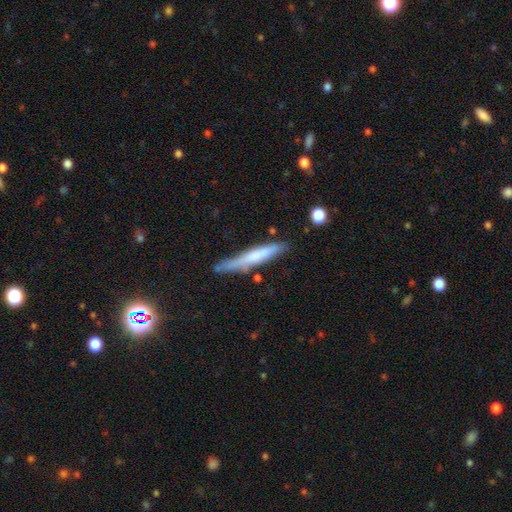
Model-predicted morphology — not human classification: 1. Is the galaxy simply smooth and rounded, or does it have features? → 62% smooth, 31% featured or disk, 6% star or artifact.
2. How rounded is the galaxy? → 93% cigar-shaped, 5% in between, 1% round.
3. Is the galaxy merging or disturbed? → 71% none, 20% minor disturbance, 5% merger, 4% major disturbance.